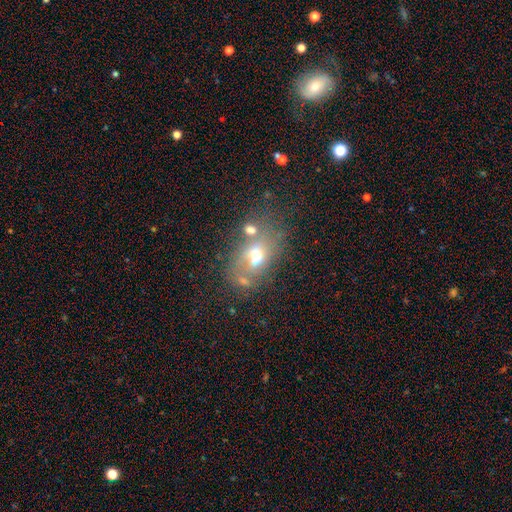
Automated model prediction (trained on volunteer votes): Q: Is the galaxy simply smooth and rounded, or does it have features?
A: smooth — 57%.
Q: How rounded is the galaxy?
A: in between — 69%.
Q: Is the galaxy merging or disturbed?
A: none — 43%.